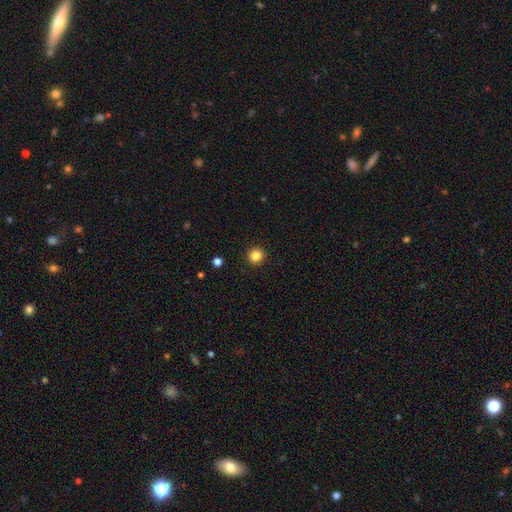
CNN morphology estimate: This appears to be a smooth galaxy with no disk features (84%) that is round (95%). Merging: none (93%).